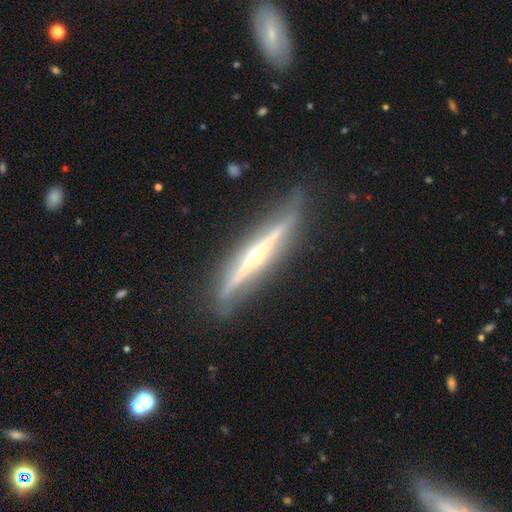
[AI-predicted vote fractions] A featured or disk galaxy (84%) viewed edge-on (96%) with a rounded central bulge (86%).

Vote fractions:
- Smooth or featured? featured or disk: 84% / smooth: 11% / star or artifact: 5%
- Edge-on disk? yes: 96% / no: 4%
- Edge-on bulge? rounded: 86% / none: 11% / boxy: 3%
- Merging? none: 84% / minor disturbance: 12% / major disturbance: 3% / merger: 1%